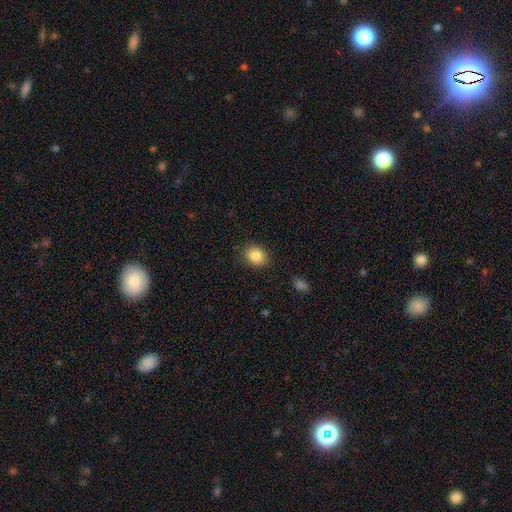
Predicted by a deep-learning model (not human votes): Smooth or featured?
  - smooth: 85% *
  - star or artifact: 9%
  - featured or disk: 6%
How rounded?
  - round: 54% *
  - in between: 45%
  - cigar-shaped: 1%
Merging?
  - none: 85% *
  - minor disturbance: 11%
  - major disturbance: 3%
  - merger: 1%